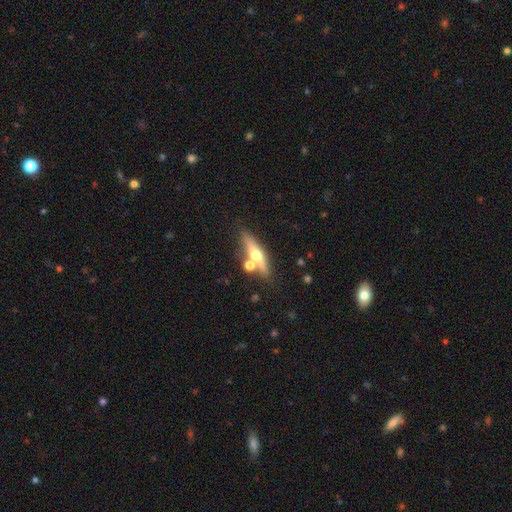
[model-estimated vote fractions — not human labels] featured or disk 53%, smooth 40%, star or artifact 7%. Down the decision tree: edge-on disk — yes (88%); merging — none (69%).